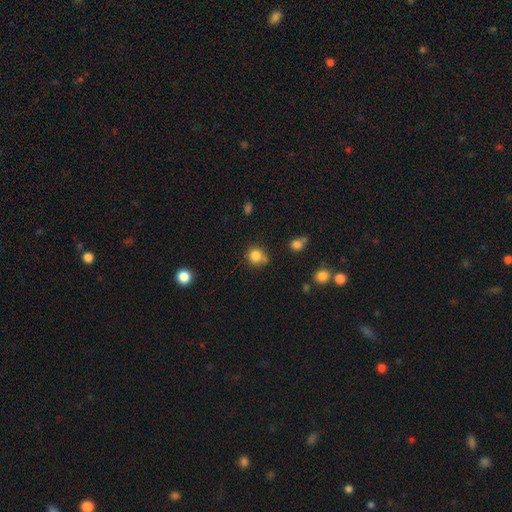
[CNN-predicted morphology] type=smooth (82%); roundness=round (83%); merging=none (64%).